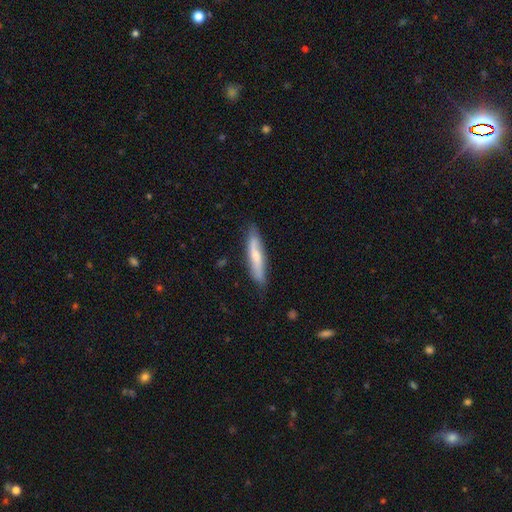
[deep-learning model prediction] smooth-or-featured: smooth: 53% | featured or disk: 41% | star or artifact: 6%
  how-rounded: cigar-shaped: 84% | in between: 14% | round: 2%
  merging: none: 80% | minor disturbance: 16% | major disturbance: 3% | merger: 2%